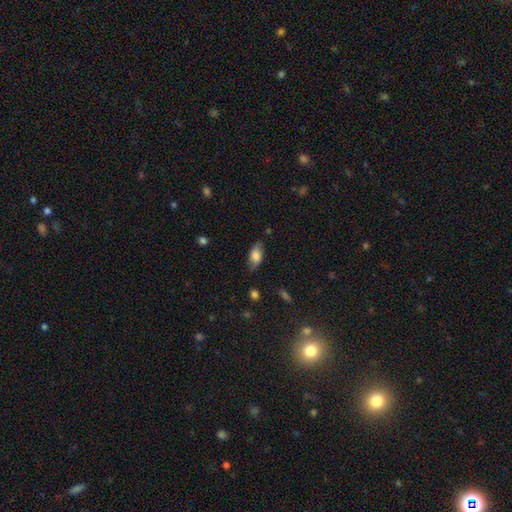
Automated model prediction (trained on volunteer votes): smooth-or-featured: smooth: 73% | featured or disk: 19% | star or artifact: 8%
  how-rounded: in between: 90% | cigar-shaped: 5% | round: 5%
  merging: none: 73% | minor disturbance: 21% | major disturbance: 5% | merger: 1%